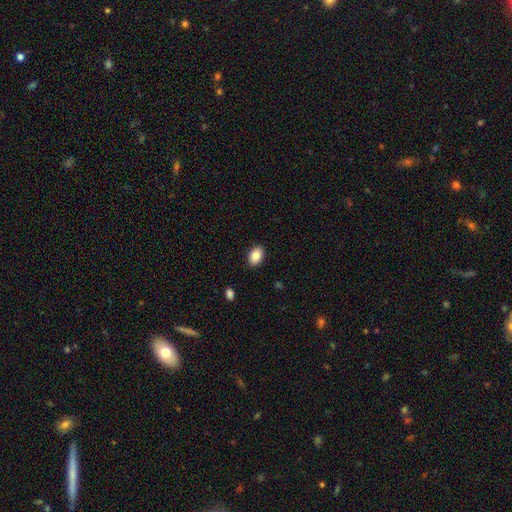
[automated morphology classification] This is clearly a smooth galaxy (87%). How rounded: clearly in between (87%). Merging: clearly none (89%).